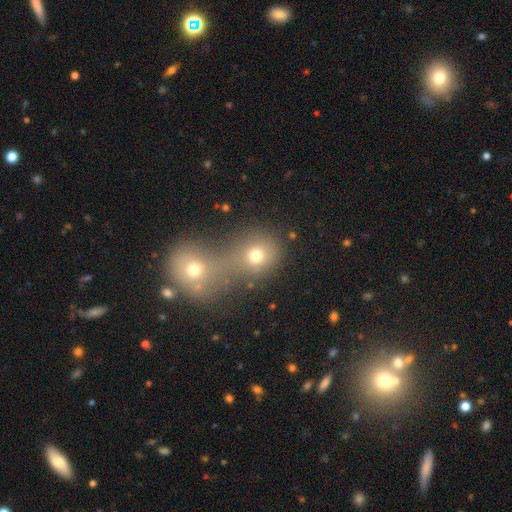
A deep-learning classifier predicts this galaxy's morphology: Smooth or featured: smooth — 70% (star or artifact — 17%)
How rounded: round — 78% (in between — 21%)
Merging: merger — 63% (none — 28%)